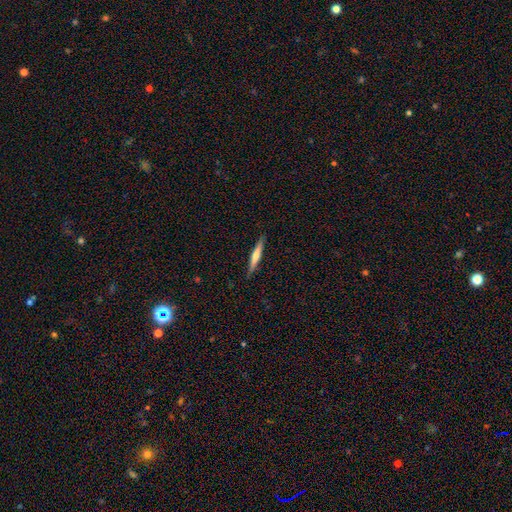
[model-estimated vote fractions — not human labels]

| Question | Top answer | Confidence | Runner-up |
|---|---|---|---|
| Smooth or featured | smooth | 52% | featured or disk (42%) |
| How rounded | cigar-shaped | 94% | in between (5%) |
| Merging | none | 89% | minor disturbance (8%) |